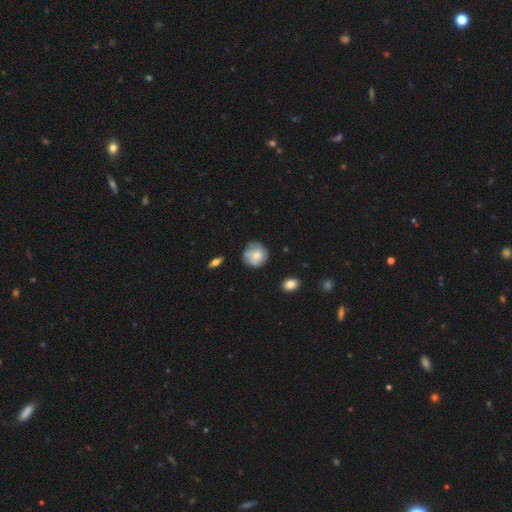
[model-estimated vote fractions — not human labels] smooth_or_featured: smooth (p=0.63) [alt: featured or disk p=0.30]
how_rounded: round (p=0.87) [alt: in between p=0.12]
merging: none (p=0.64) [alt: minor disturbance p=0.27]